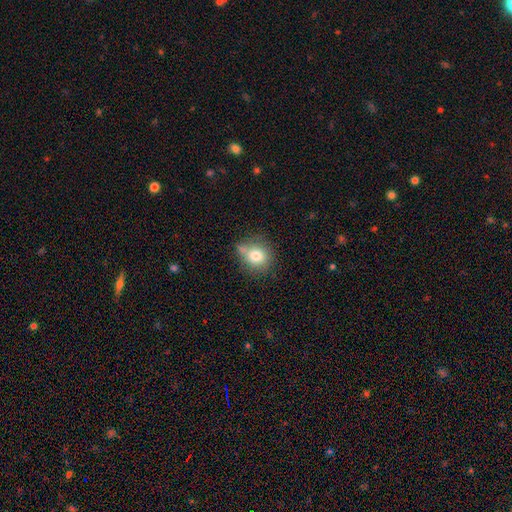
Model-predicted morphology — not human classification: A smooth galaxy with no disk features (78%) that is round (77%). Merging: none (63%).